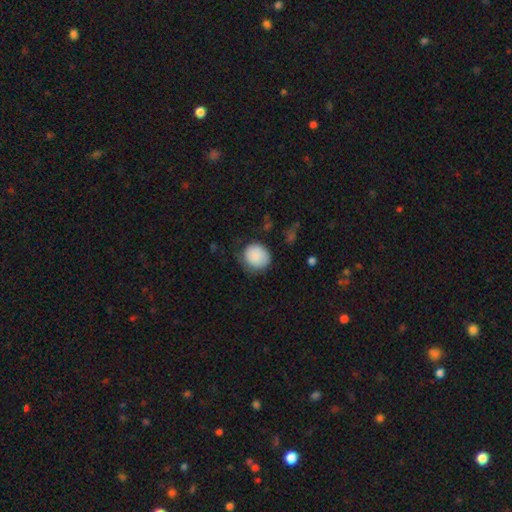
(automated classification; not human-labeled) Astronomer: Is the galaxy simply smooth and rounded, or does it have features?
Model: smooth — 87%.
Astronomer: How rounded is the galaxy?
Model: round — 84%.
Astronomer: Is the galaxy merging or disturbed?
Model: none — 65%.